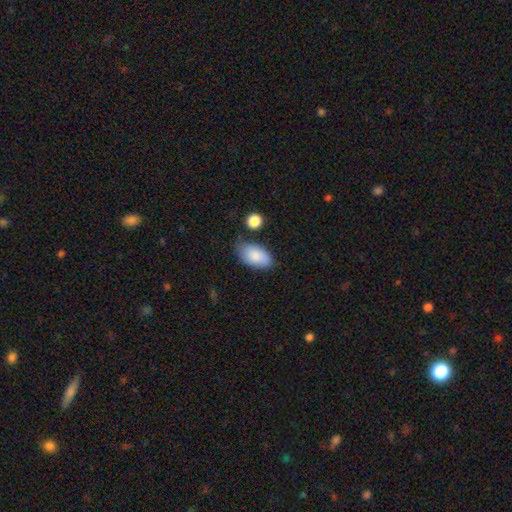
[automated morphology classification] Smooth or featured: smooth — 86% (featured or disk — 8%)
How rounded: in between — 93% (round — 5%)
Merging: none — 65% (minor disturbance — 24%)